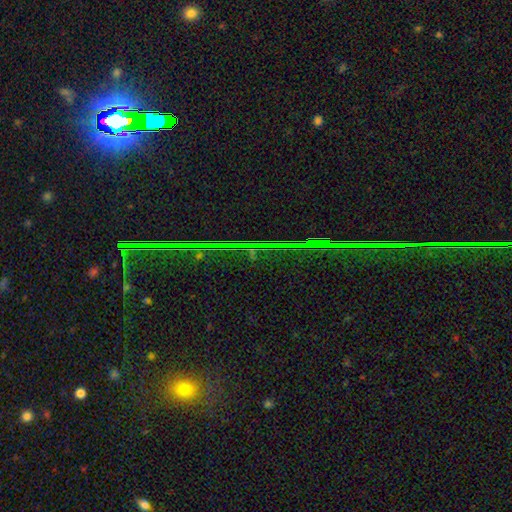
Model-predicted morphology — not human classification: A star or artifact, not a galaxy (83%).